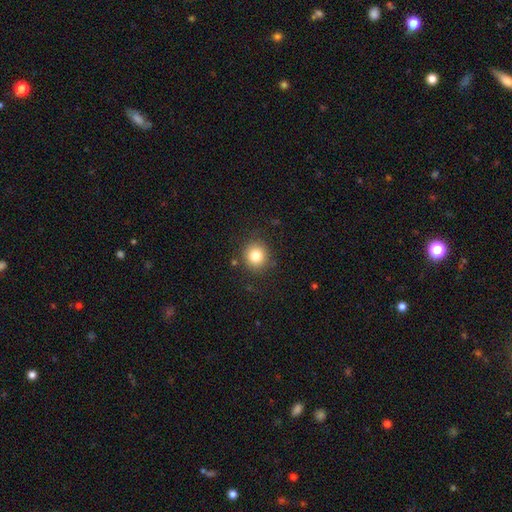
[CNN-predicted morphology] A smooth galaxy with no disk features (81%) that is round (89%).

Vote fractions:
- Smooth or featured? smooth: 81% / star or artifact: 11% / featured or disk: 7%
- How rounded? round: 89% / in between: 10% / cigar-shaped: 1%
- Merging? none: 87% / minor disturbance: 8% / major disturbance: 3% / merger: 2%